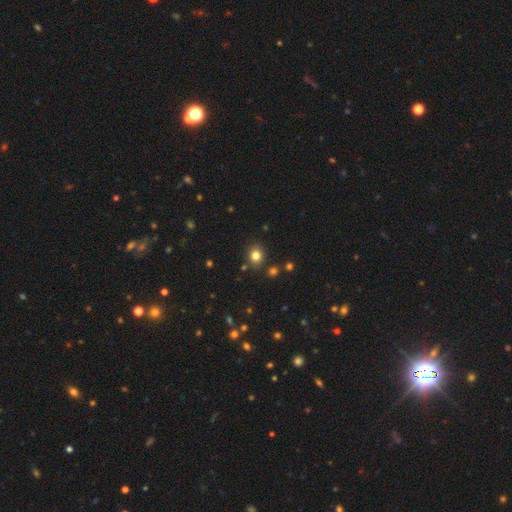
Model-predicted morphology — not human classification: smooth_or_featured: smooth (p=0.81) [alt: star or artifact p=0.14]
how_rounded: round (p=0.75) [alt: in between p=0.24]
merging: none (p=0.84) [alt: minor disturbance p=0.09]